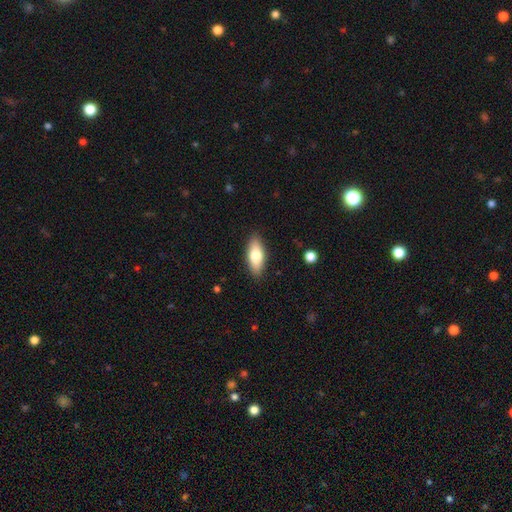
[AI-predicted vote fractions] Smooth or featured? Predicted: smooth (p=0.70). How rounded? Predicted: in between (p=0.77). Merging? Predicted: none (p=0.88).